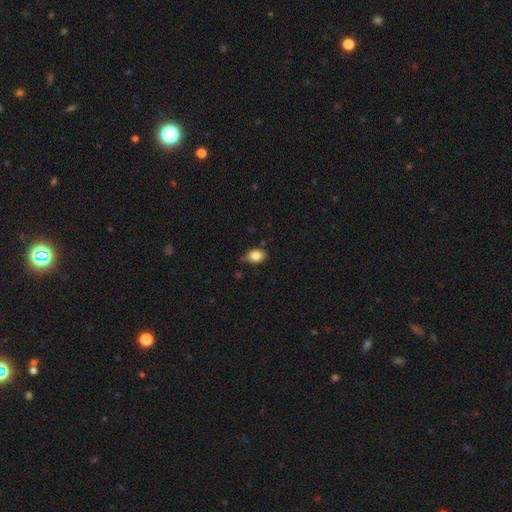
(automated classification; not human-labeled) A smooth galaxy with no disk features (84%) that is in between round and cigar-shaped (71%).

Vote fractions:
- Smooth or featured? smooth: 84% / star or artifact: 9% / featured or disk: 7%
- How rounded? in between: 71% / round: 28% / cigar-shaped: 1%
- Merging? none: 73% / minor disturbance: 20% / major disturbance: 4% / merger: 3%